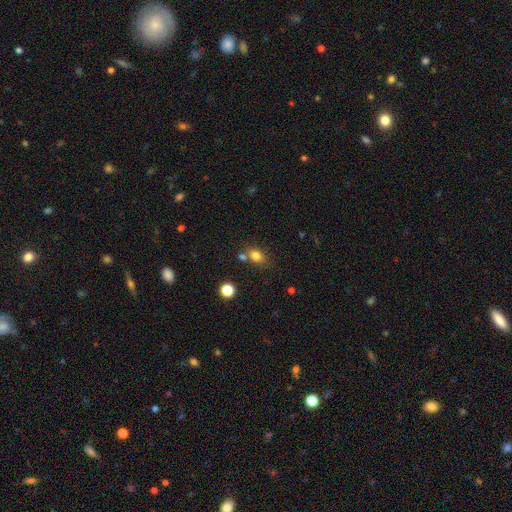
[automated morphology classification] Smooth or featured? Predicted: smooth (p=0.80). How rounded? Predicted: in between (p=0.58). Merging? Predicted: none (p=0.61).